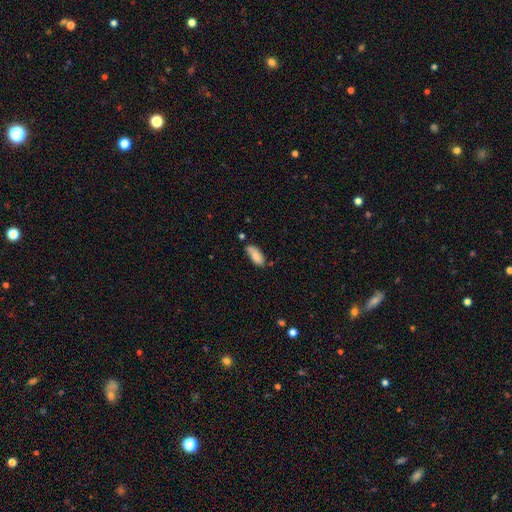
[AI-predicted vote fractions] This is likely a smooth galaxy (79%). How rounded: clearly in between (84%). Merging: possibly none (55%).